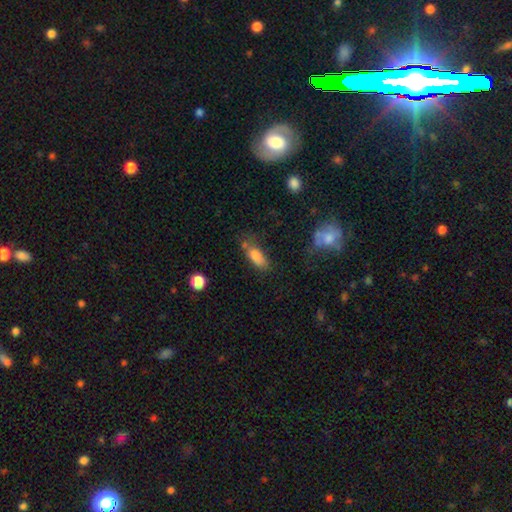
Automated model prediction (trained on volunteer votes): smooth_or_featured: smooth (p=0.79) [alt: featured or disk p=0.12]
how_rounded: in between (p=0.79) [alt: cigar-shaped p=0.18]
merging: none (p=0.50) [alt: minor disturbance p=0.26]